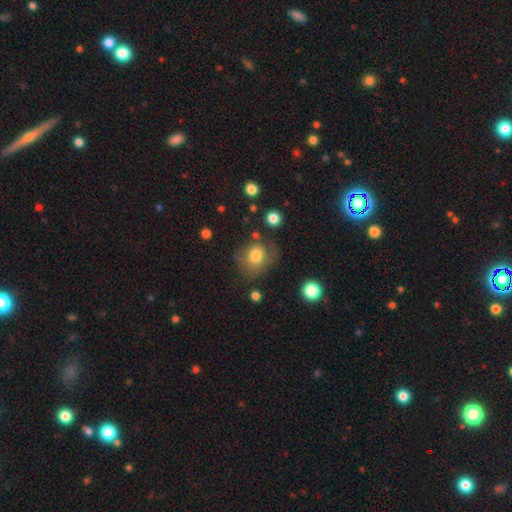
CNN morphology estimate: This appears to be a smooth galaxy with no disk features (77%) that is round (65%). Merging: none (58%).